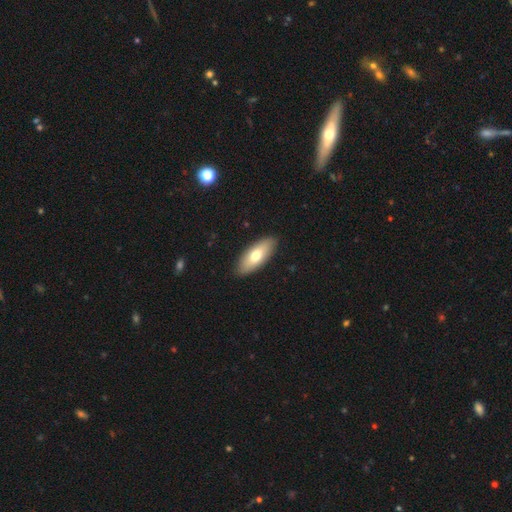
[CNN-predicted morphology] Smooth or featured?
  - smooth: 70% *
  - featured or disk: 25%
  - star or artifact: 5%
How rounded?
  - in between: 79% *
  - cigar-shaped: 18%
  - round: 2%
Merging?
  - none: 89% *
  - minor disturbance: 9%
  - major disturbance: 2%
  - merger: 1%